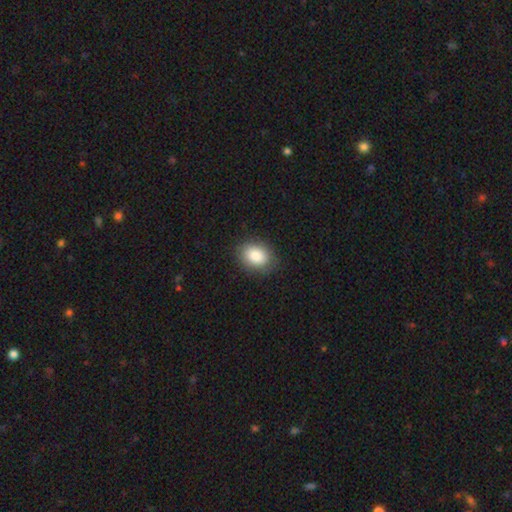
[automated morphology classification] type=smooth (86%); roundness=in between (66%); merging=none (84%).